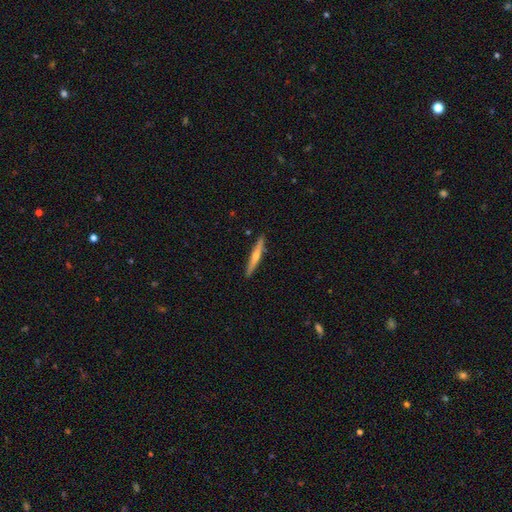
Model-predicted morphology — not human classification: type=featured or disk (58%); edge-on=yes (97%); edge-on bulge=rounded (80%); merging=none (91%).